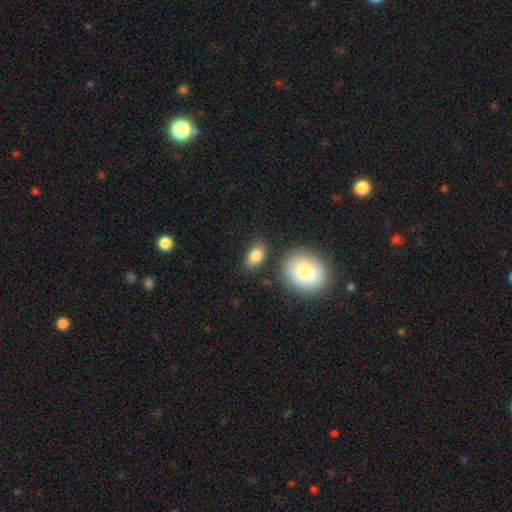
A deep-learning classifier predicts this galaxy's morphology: A smooth galaxy with no disk features (85%) that is in between round and cigar-shaped (88%). Merging: none (78%).